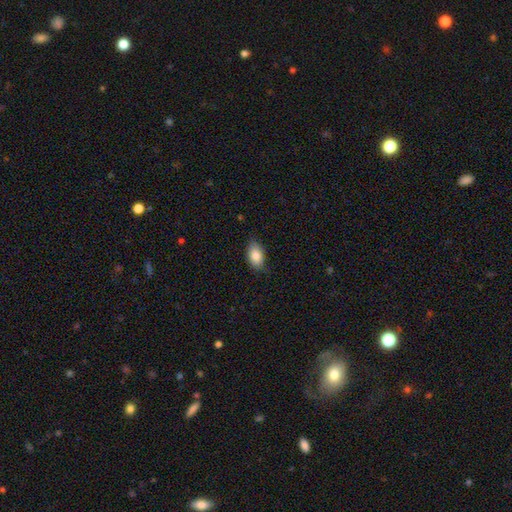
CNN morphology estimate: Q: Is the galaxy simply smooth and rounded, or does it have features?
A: smooth — 85%.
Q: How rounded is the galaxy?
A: in between — 91%.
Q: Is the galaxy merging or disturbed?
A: none — 80%.